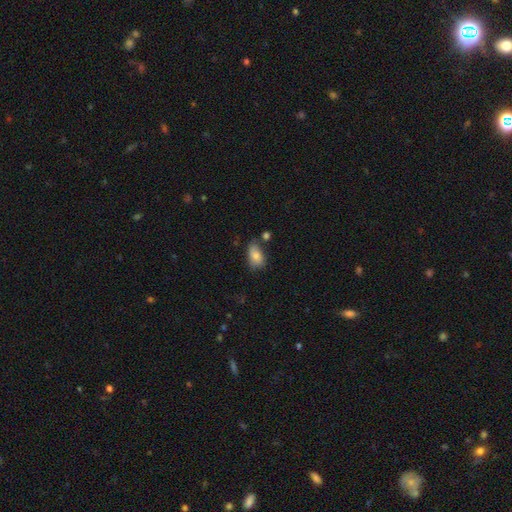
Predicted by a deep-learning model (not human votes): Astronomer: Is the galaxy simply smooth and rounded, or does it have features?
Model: smooth — 81%.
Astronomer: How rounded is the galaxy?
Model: in between — 90%.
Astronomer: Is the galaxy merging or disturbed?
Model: none — 57%.